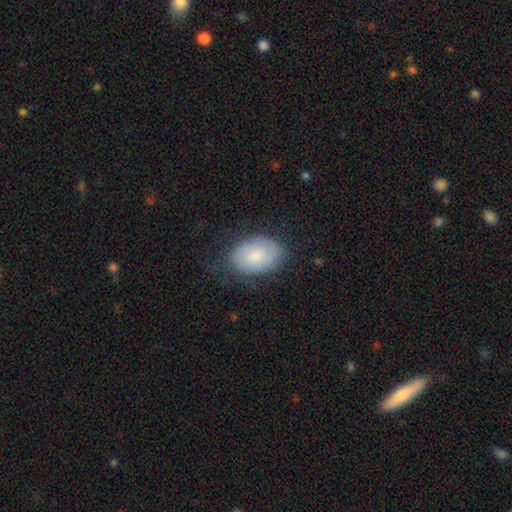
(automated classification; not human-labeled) The model was most divided on "merging": none: 75%, minor disturbance: 18%, major disturbance: 5%, merger: 1%. More confident: how rounded — in between (85%); smooth or featured — smooth (76%).